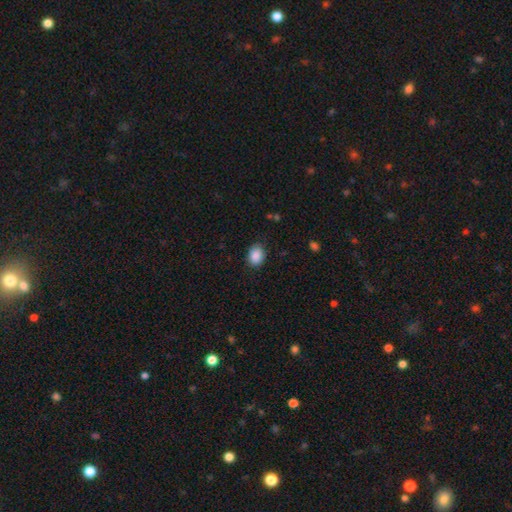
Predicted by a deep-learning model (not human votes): Morphology: type=smooth (88%); roundness=in between (65%); merging=none (82%).